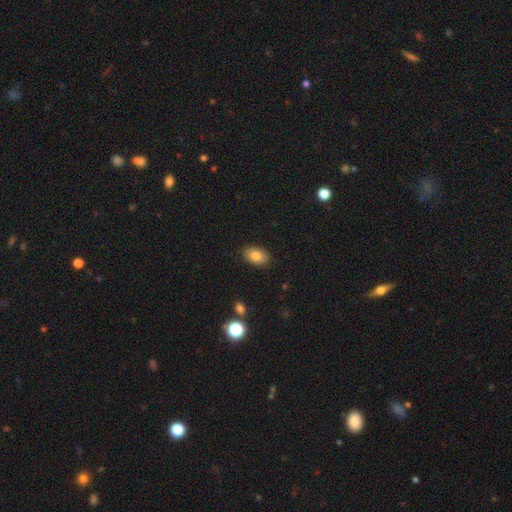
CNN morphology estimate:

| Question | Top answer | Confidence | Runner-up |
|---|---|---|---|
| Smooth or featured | smooth | 82% | featured or disk (10%) |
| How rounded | in between | 90% | round (9%) |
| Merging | none | 88% | minor disturbance (9%) |